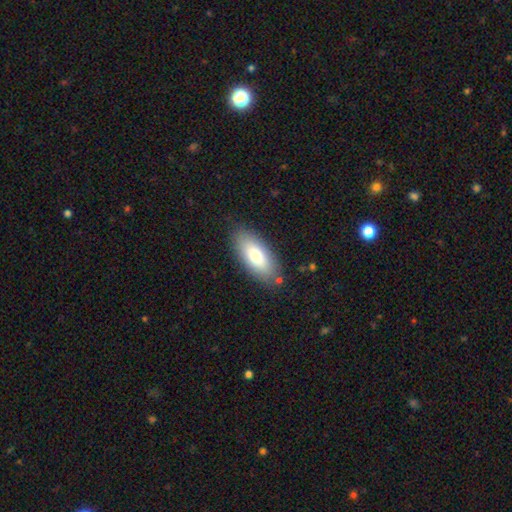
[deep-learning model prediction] Smooth or featured? Predicted: smooth (p=0.74). How rounded? Predicted: in between (p=0.86). Merging? Predicted: none (p=0.84).